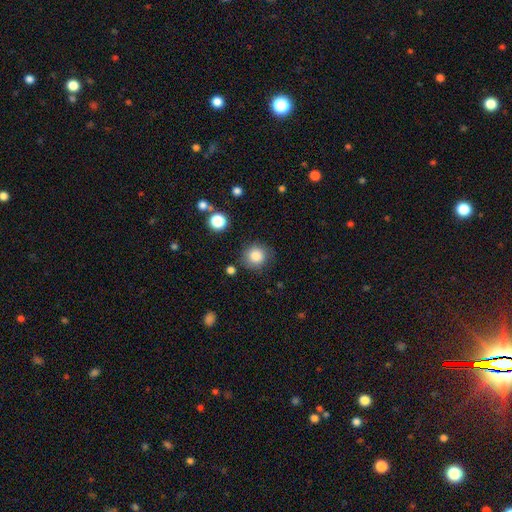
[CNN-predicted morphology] This is clearly a smooth galaxy (84%). How rounded: clearly round (90%). Merging: clearly none (81%).